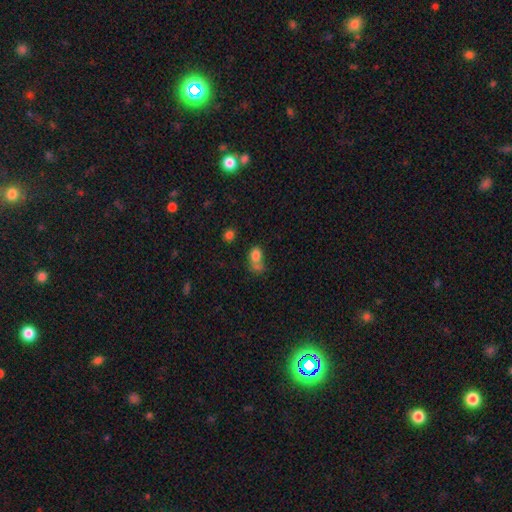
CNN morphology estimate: This is likely a smooth galaxy (77%). How rounded: likely in between (69%). Merging: marginally merger (36%).